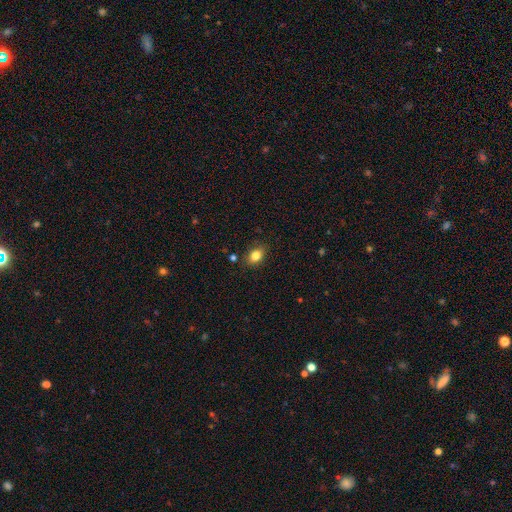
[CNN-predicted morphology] The model was most divided on "how rounded": in between: 76%, round: 23%, cigar-shaped: 2%. More confident: merging — none (83%); smooth or featured — smooth (82%).